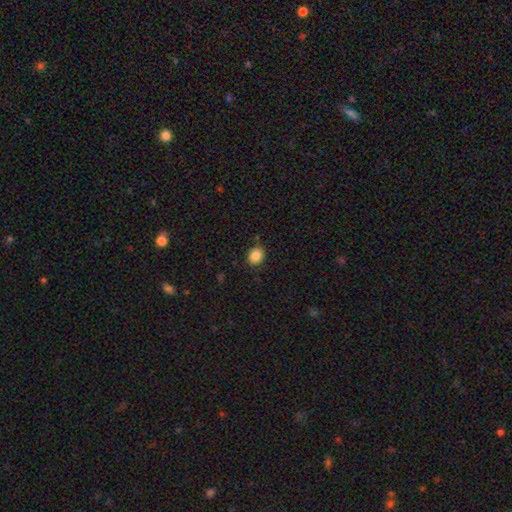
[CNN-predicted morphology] Smooth or featured? Predicted: smooth (p=0.86). How rounded? Predicted: round (p=0.52). Merging? Predicted: none (p=0.85).